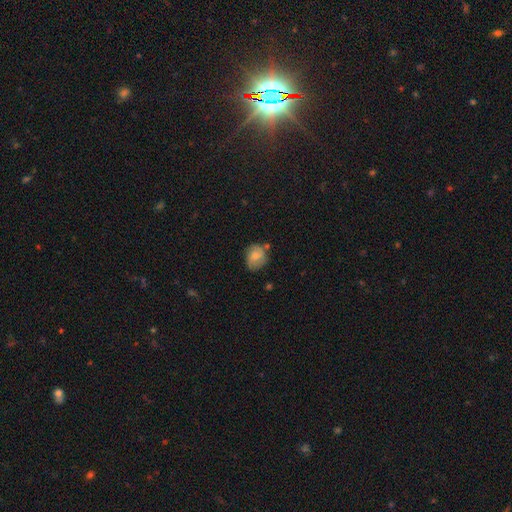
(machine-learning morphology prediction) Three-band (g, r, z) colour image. It shows a smooth galaxy with no disk features (67%) that is round (63%). Merging: none (62%).